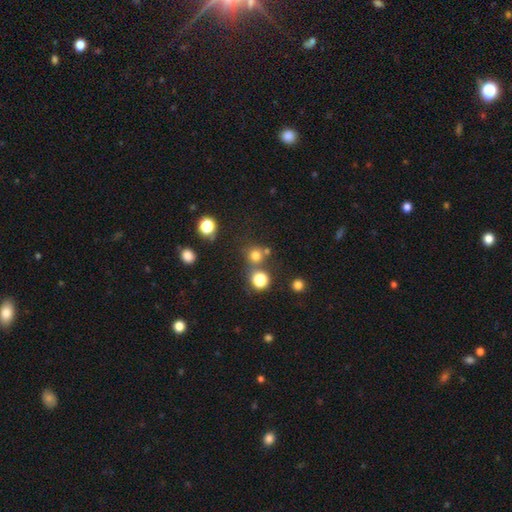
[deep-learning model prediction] A smooth galaxy with no disk features (72%) that is round (92%).

Vote fractions:
- Smooth or featured? smooth: 72% / star or artifact: 21% / featured or disk: 7%
- How rounded? round: 92% / in between: 8% / cigar-shaped: 1%
- Merging? none: 69% / merger: 19% / minor disturbance: 8% / major disturbance: 4%